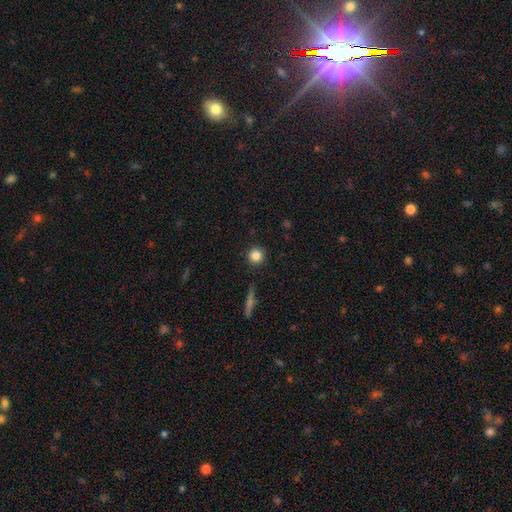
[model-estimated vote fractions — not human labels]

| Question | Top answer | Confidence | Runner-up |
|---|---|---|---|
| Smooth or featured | smooth | 83% | star or artifact (11%) |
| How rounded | round | 95% | in between (4%) |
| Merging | none | 91% | minor disturbance (6%) |